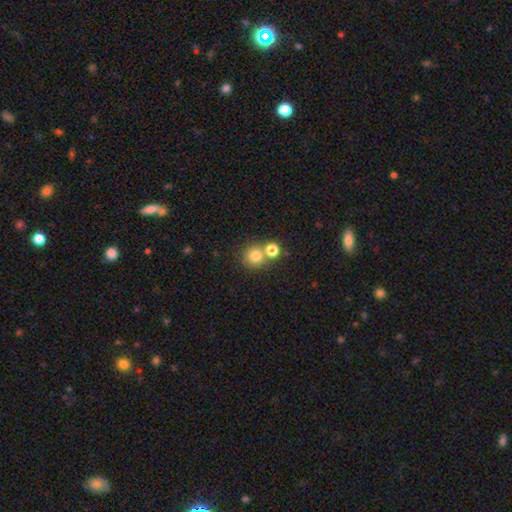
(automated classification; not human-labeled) Smooth or featured? Predicted: smooth (p=0.79). How rounded? Predicted: round (p=0.91). Merging? Predicted: none (p=0.59).